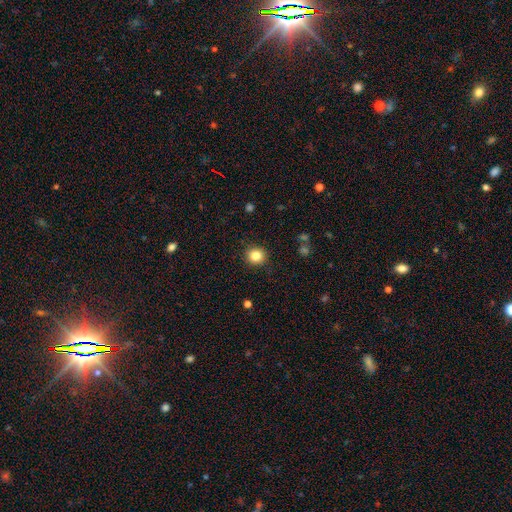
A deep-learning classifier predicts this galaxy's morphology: A smooth galaxy with no disk features (84%) that is round (92%). Merging: none (91%).